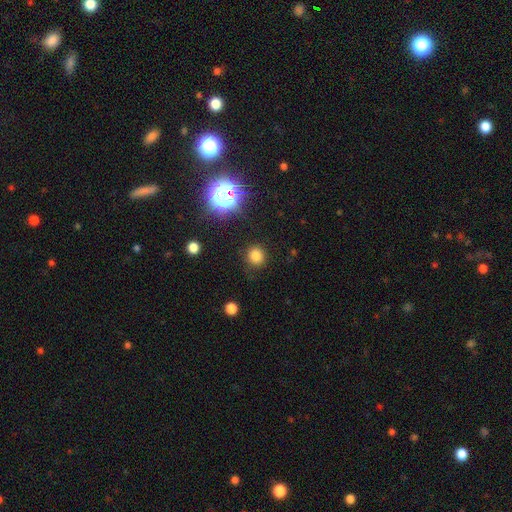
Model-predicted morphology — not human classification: A smooth galaxy with no disk features (77%) that is round (89%).

Vote fractions:
- Smooth or featured? smooth: 77% / star or artifact: 18% / featured or disk: 5%
- How rounded? round: 89% / in between: 10% / cigar-shaped: 1%
- Merging? none: 86% / minor disturbance: 9% / major disturbance: 4% / merger: 2%